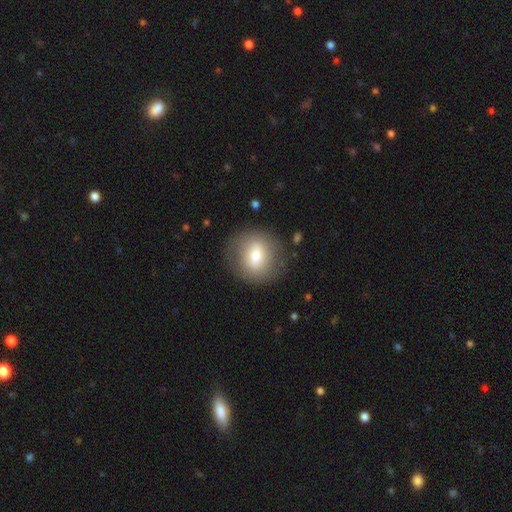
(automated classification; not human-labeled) Smooth or featured? Predicted: smooth (p=0.68). How rounded? Predicted: round (p=0.80). Merging? Predicted: none (p=0.83).